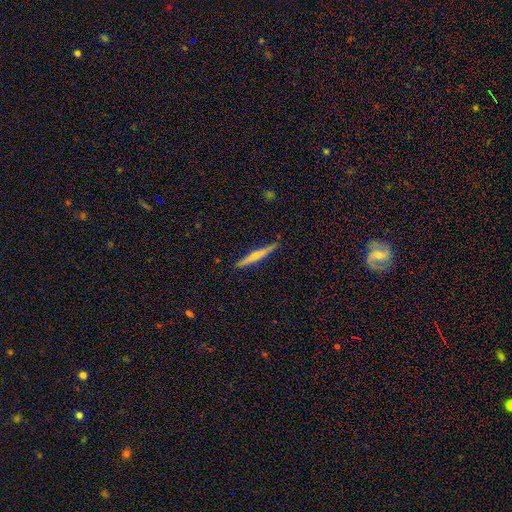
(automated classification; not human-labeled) Smooth or featured?
  - smooth: 55% *
  - featured or disk: 39%
  - star or artifact: 6%
How rounded?
  - cigar-shaped: 95% *
  - in between: 3%
  - round: 1%
Merging?
  - none: 86% *
  - minor disturbance: 10%
  - major disturbance: 2%
  - merger: 1%